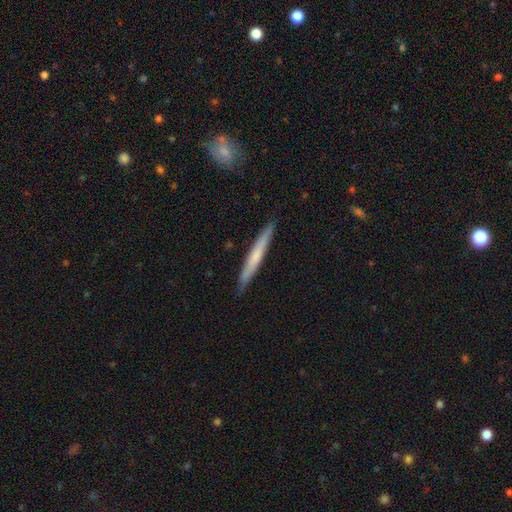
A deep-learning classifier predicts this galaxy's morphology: A smooth galaxy with no disk features (56%) that is cigar-shaped (96%).

Vote fractions:
- Smooth or featured? smooth: 56% / featured or disk: 39% / star or artifact: 5%
- How rounded? cigar-shaped: 96% / in between: 2% / round: 1%
- Merging? none: 90% / minor disturbance: 8% / major disturbance: 1% / merger: 1%